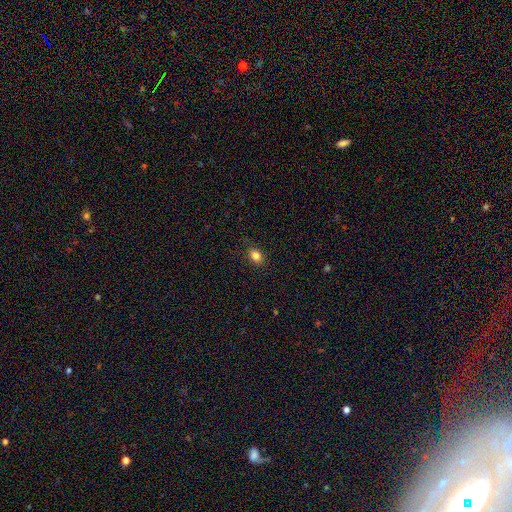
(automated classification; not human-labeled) Smooth or featured: smooth — 84% (star or artifact — 11%)
How rounded: in between — 64% (round — 34%)
Merging: none — 87% (minor disturbance — 10%)